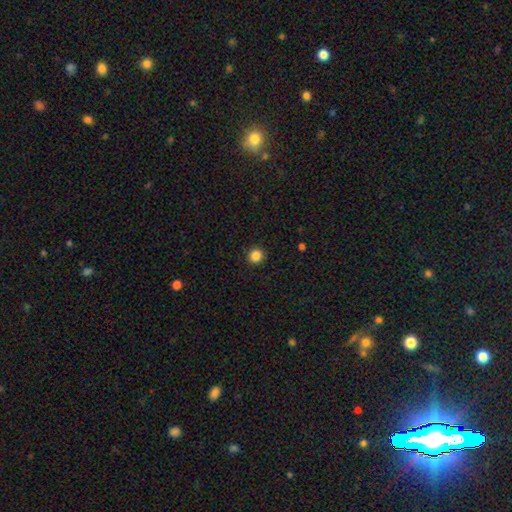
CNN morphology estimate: smooth 86%, star or artifact 11%, featured or disk 3%. Down the decision tree: how rounded — round (94%); merging — none (92%).